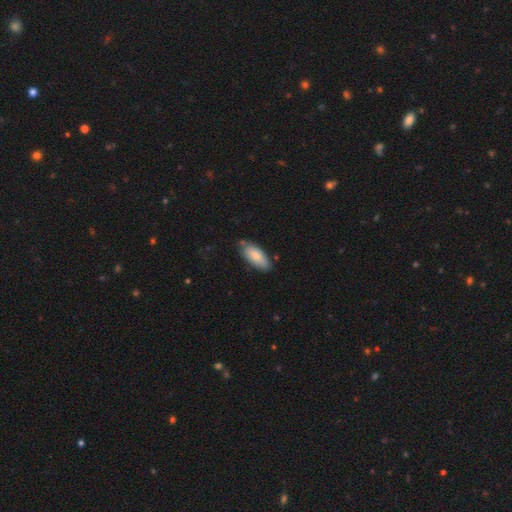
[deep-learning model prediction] Smooth or featured? Predicted: smooth (p=0.80). How rounded? Predicted: in between (p=0.84). Merging? Predicted: none (p=0.73).